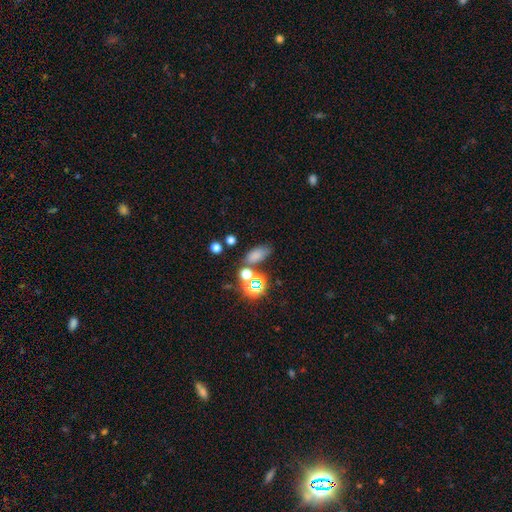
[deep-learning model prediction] Overall: smooth (68%). How rounded: in between (77%). Merging: none (64%).